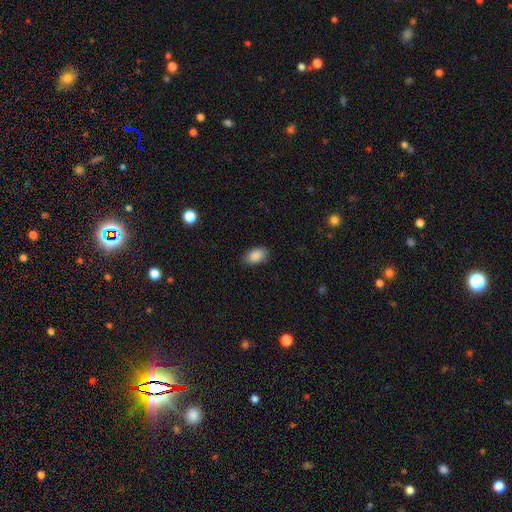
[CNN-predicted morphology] A smooth galaxy with no disk features (89%) that is in between round and cigar-shaped (88%).

Vote fractions:
- Smooth or featured? smooth: 89% / star or artifact: 7% / featured or disk: 4%
- How rounded? in between: 88% / round: 11% / cigar-shaped: 1%
- Merging? none: 84% / minor disturbance: 12% / major disturbance: 3% / merger: 1%